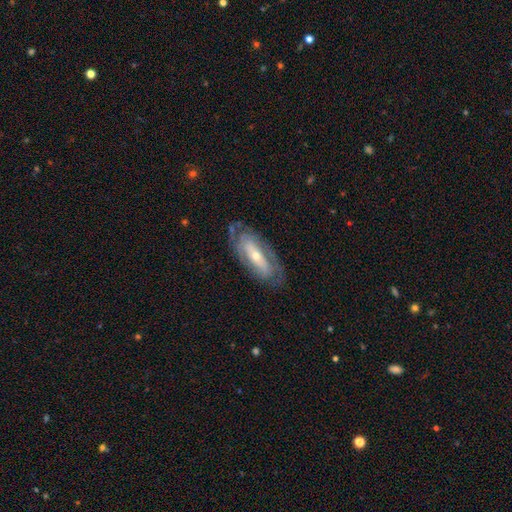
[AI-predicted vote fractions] Smooth or featured: featured or disk — 70% (smooth — 24%)
Edge-on disk: no — 86% (yes — 14%)
Bar: no — 47% (strong — 28%)
Spiral arms: yes — 66% (no — 34%)
Bulge size: small — 55% (moderate — 40%)
Merging: none — 71% (minor disturbance — 18%)